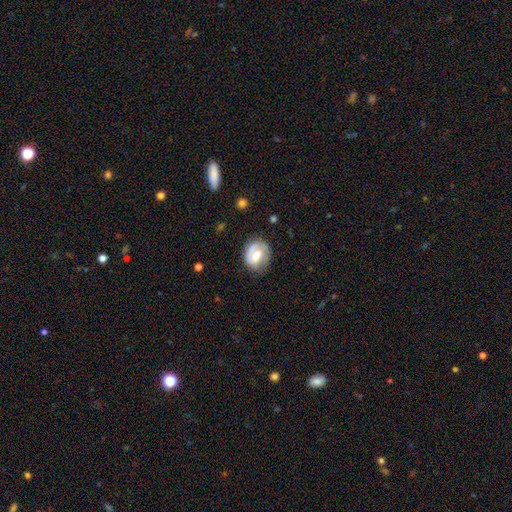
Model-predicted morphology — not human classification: A featured or disk galaxy (47%). Merging: none (60%).